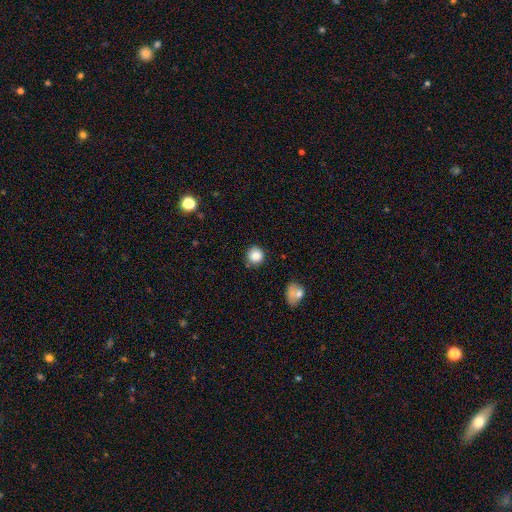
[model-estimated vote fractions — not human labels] Smooth or featured: smooth — 85% (star or artifact — 10%)
How rounded: round — 93% (in between — 6%)
Merging: none — 84% (minor disturbance — 10%)